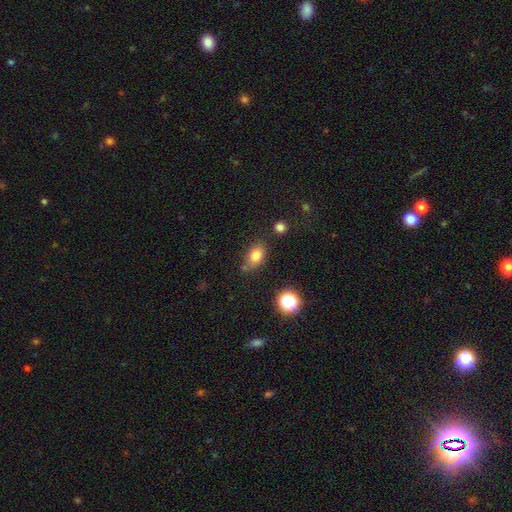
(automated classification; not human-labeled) smooth-or-featured: smooth: 79% | star or artifact: 12% | featured or disk: 9%
  how-rounded: in between: 76% | round: 21% | cigar-shaped: 2%
  merging: none: 69% | minor disturbance: 19% | merger: 7% | major disturbance: 5%